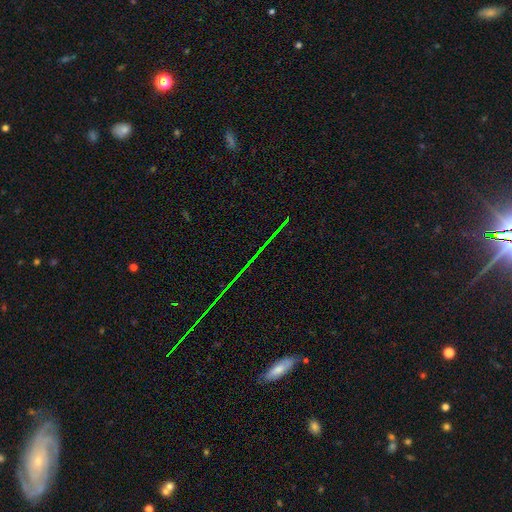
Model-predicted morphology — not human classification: This appears to be a star or artifact, not a galaxy (73%).